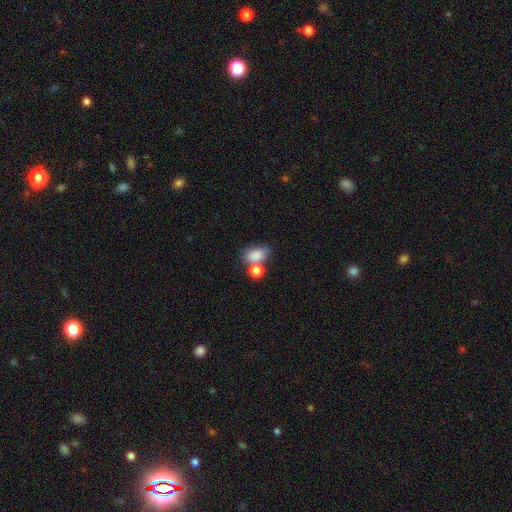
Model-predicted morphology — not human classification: A smooth galaxy with no disk features (82%) that is in between round and cigar-shaped (76%). Merging: none (44%).